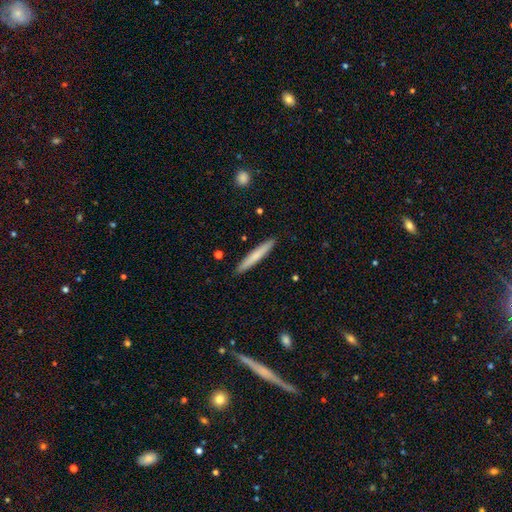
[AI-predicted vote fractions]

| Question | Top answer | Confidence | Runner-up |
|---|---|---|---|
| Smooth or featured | smooth | 71% | featured or disk (24%) |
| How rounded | cigar-shaped | 96% | in between (3%) |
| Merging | none | 91% | minor disturbance (6%) |